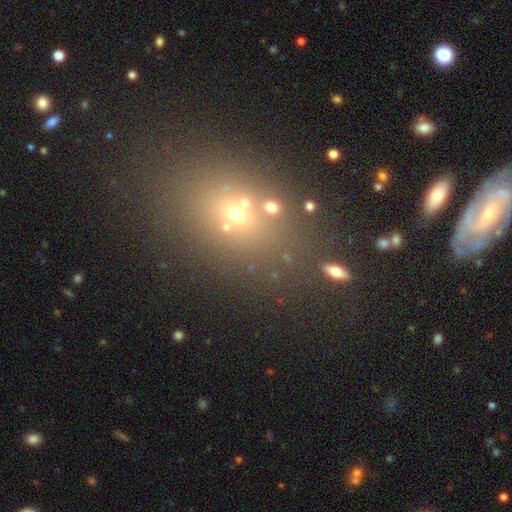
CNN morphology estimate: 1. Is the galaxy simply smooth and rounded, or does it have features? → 45% smooth, 35% star or artifact, 20% featured or disk.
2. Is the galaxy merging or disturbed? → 68% none, 13% merger, 12% minor disturbance, 7% major disturbance.